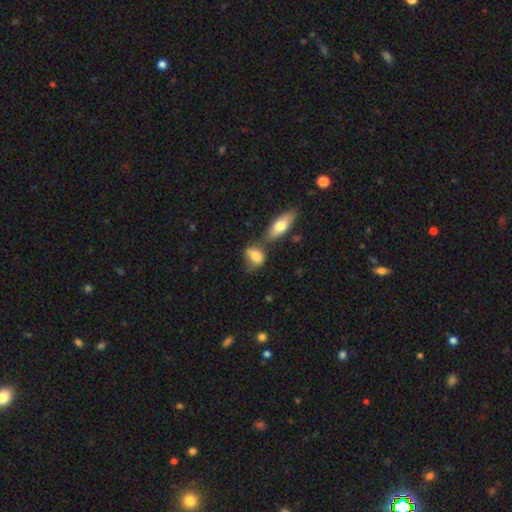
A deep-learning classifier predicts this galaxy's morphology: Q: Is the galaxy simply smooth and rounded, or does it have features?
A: smooth — 75%.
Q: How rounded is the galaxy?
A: in between — 71%.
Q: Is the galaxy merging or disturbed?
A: none — 37%.